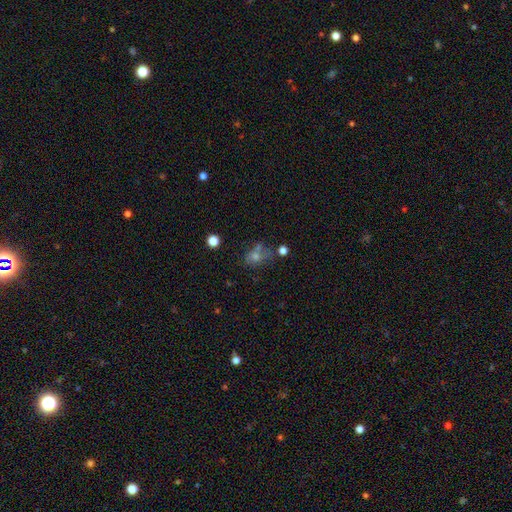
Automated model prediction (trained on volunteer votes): Smooth or featured?
  - smooth: 48% *
  - star or artifact: 29%
  - featured or disk: 24%
Merging?
  - none: 49% *
  - minor disturbance: 19%
  - merger: 19%
  - major disturbance: 13%